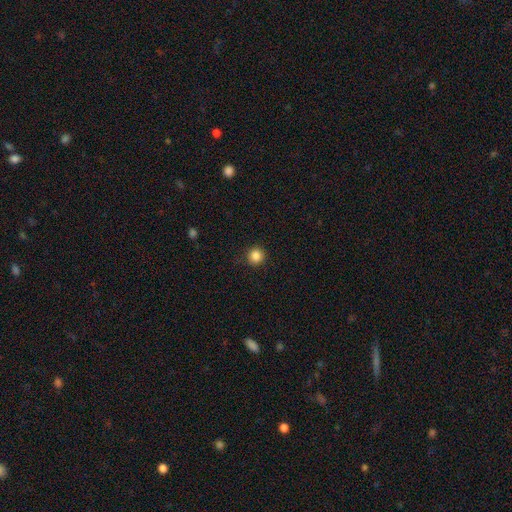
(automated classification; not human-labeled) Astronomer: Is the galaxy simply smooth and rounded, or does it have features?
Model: smooth — 86%.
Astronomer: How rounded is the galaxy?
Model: round — 95%.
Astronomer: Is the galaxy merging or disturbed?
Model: none — 91%.